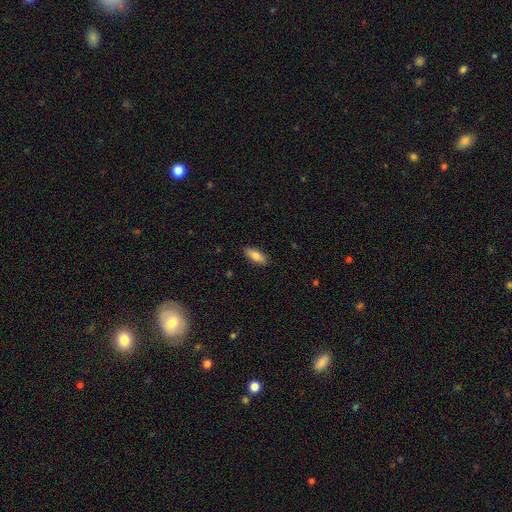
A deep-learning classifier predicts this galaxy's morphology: smooth_or_featured: smooth (p=0.82) [alt: featured or disk p=0.12]
how_rounded: in between (p=0.77) [alt: cigar-shaped p=0.21]
merging: none (p=0.88) [alt: minor disturbance p=0.09]